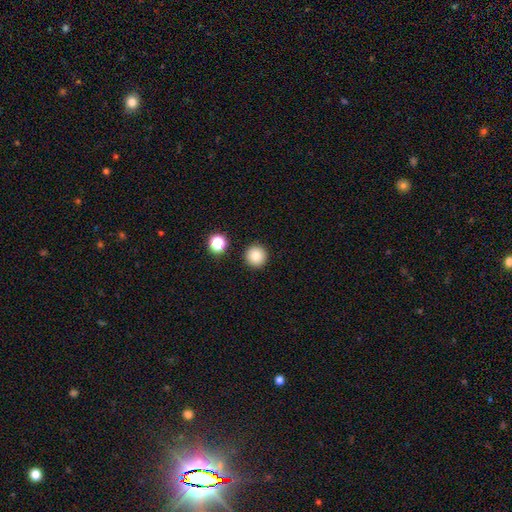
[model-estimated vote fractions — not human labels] Smooth or featured?
  - smooth: 82% *
  - star or artifact: 11%
  - featured or disk: 7%
How rounded?
  - round: 96% *
  - in between: 3%
  - cigar-shaped: 1%
Merging?
  - none: 92% *
  - minor disturbance: 4%
  - merger: 2%
  - major disturbance: 2%